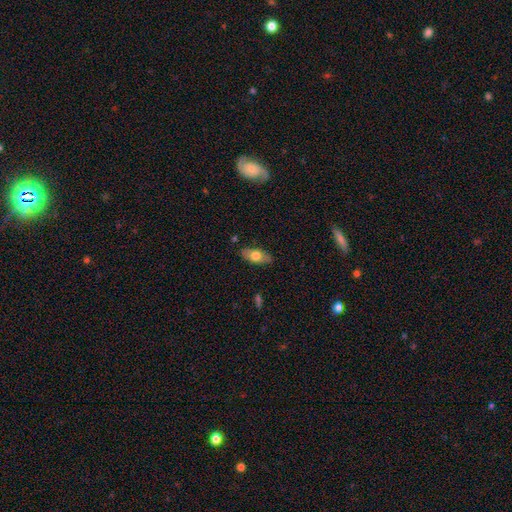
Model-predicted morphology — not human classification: Overall: smooth (67%; featured or disk 27%). How rounded: in between (85%). Merging: none (84%).